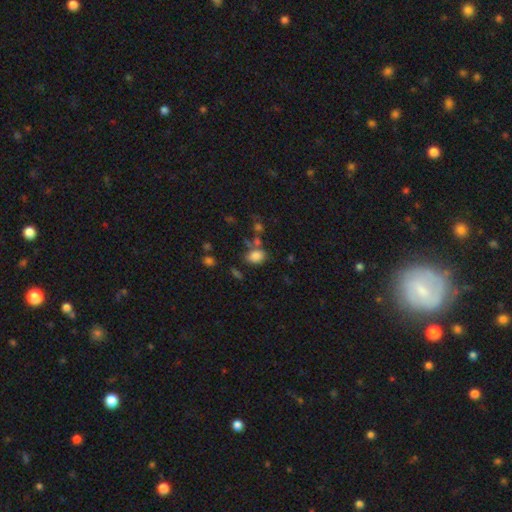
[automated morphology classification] A smooth galaxy with no disk features (82%) that is in between round and cigar-shaped (77%).

Vote fractions:
- Smooth or featured? smooth: 82% / star or artifact: 12% / featured or disk: 7%
- How rounded? in between: 77% / round: 21% / cigar-shaped: 1%
- Merging? none: 61% / minor disturbance: 17% / merger: 15% / major disturbance: 6%